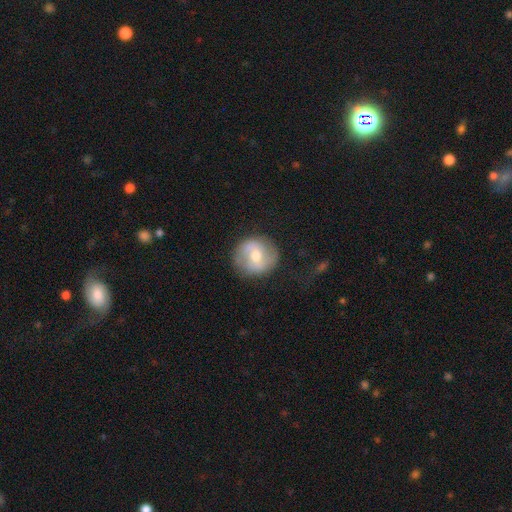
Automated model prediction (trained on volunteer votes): This appears to be a featured or disk galaxy (55%) with a weak bar (43%), spiral arms (75%) and a moderate central bulge (69%). Merging: none (81%).